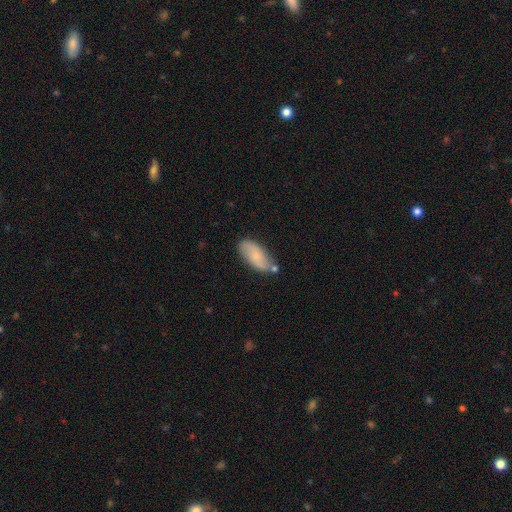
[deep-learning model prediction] Morphology: type=smooth (66%); roundness=in between (86%); merging=none (68%).